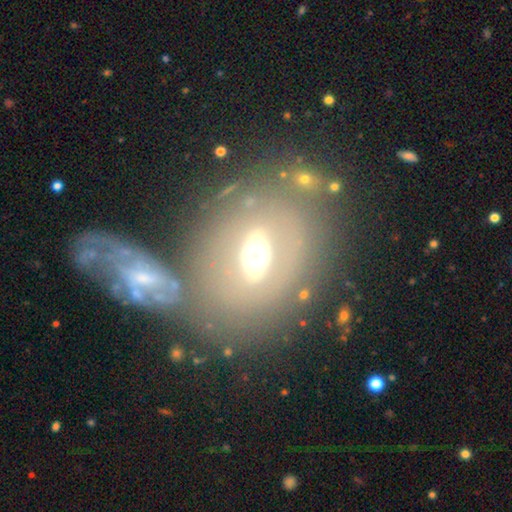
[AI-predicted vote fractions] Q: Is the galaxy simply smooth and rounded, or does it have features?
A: featured or disk — 59%.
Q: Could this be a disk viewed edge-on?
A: no — 87%.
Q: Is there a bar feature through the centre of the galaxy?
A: weak — 38%.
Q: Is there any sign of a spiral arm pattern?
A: no — 71%.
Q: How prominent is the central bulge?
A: moderate — 60%.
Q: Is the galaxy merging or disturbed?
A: none — 51%.